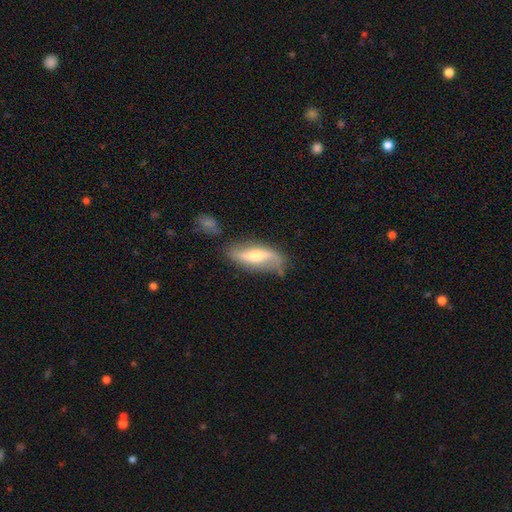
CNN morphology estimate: Overall: featured or disk (63%; smooth 31%). Edge-on disk: no (74%). Merging: none (66%).